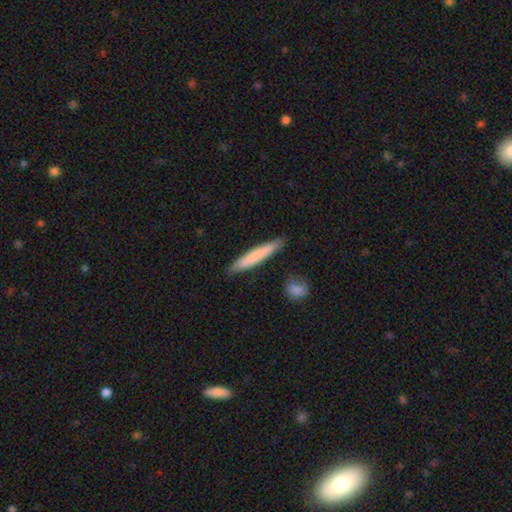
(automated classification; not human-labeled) Overall: smooth (74%). How rounded: cigar-shaped (94%). Merging: none (86%).